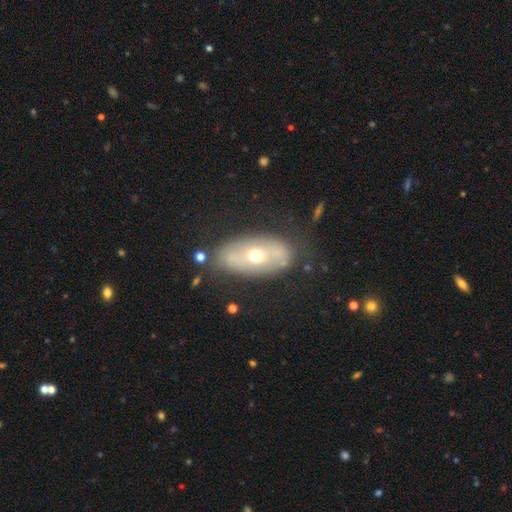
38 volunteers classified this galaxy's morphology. smooth_or_featured: featured or disk (p=0.55) [alt: smooth p=0.45]
disk_edge_on: no (p=0.86) [alt: yes p=0.14]
bar: no (p=0.83) [alt: strong p=0.11]
has_spiral_arms: no (p=0.94) [alt: yes p=0.06]
bulge_size: moderate (p=0.89) [alt: large p=0.06]
merging: none (p=0.79) [alt: minor disturbance p=0.13]